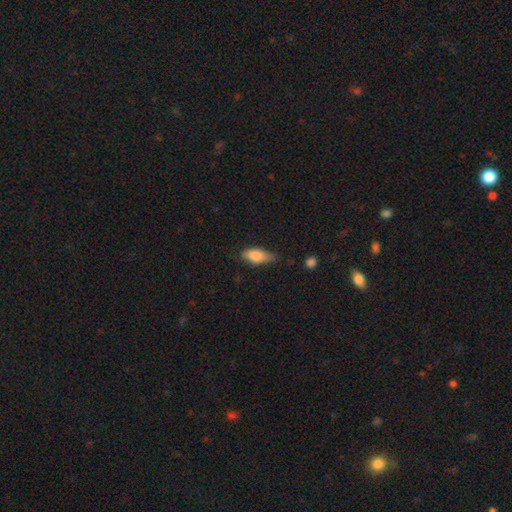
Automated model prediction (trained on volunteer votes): A smooth galaxy with no disk features (82%) that is in between round and cigar-shaped (78%). Merging: none (61%).